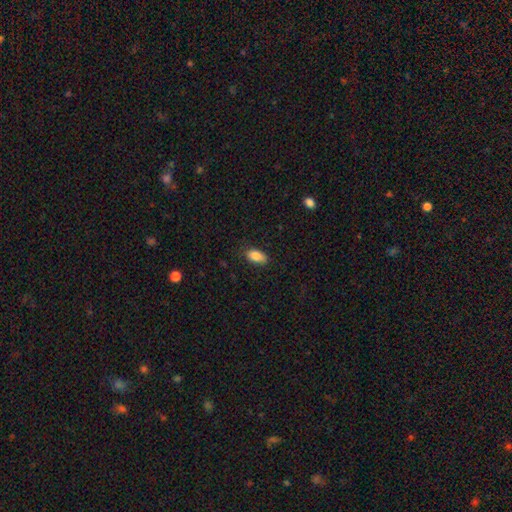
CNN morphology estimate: Smooth or featured? Predicted: smooth (p=0.86). How rounded? Predicted: in between (p=0.91). Merging? Predicted: none (p=0.81).